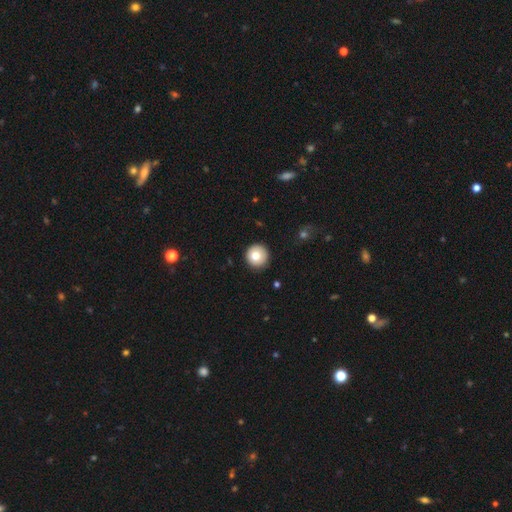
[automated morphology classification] Smooth or featured?
  - smooth: 77% *
  - featured or disk: 14%
  - star or artifact: 9%
How rounded?
  - round: 96% *
  - in between: 3%
  - cigar-shaped: 1%
Merging?
  - none: 91% *
  - minor disturbance: 6%
  - major disturbance: 2%
  - merger: 1%